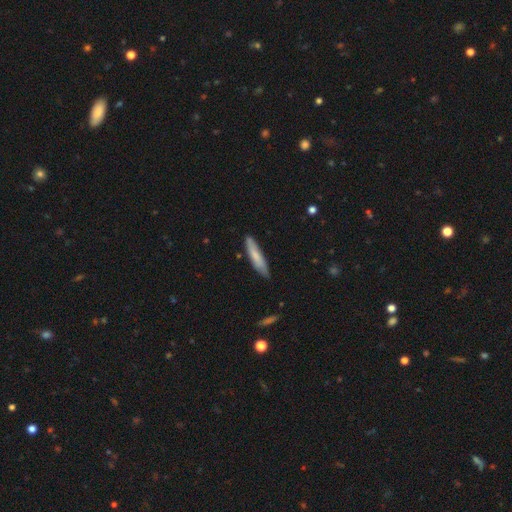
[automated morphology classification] This is likely a smooth galaxy (74%). How rounded: clearly cigar-shaped (86%). Merging: likely none (78%).